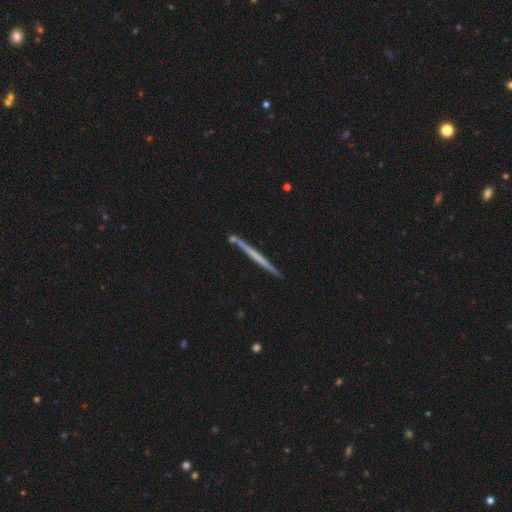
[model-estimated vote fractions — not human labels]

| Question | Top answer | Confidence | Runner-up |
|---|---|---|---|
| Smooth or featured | featured or disk | 55% | smooth (40%) |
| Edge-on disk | yes | 98% | no (2%) |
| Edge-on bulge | none | 88% | rounded (7%) |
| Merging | none | 85% | minor disturbance (8%) |